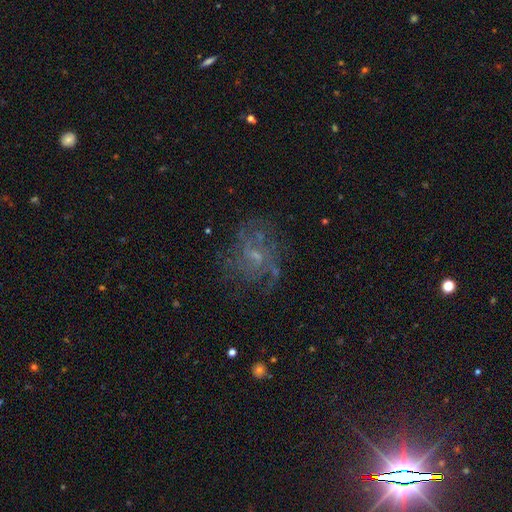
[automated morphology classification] A featured or disk galaxy (60%) with no bar (62%), spiral arms (74%) and a small central bulge (62%). Merging: none (67%).